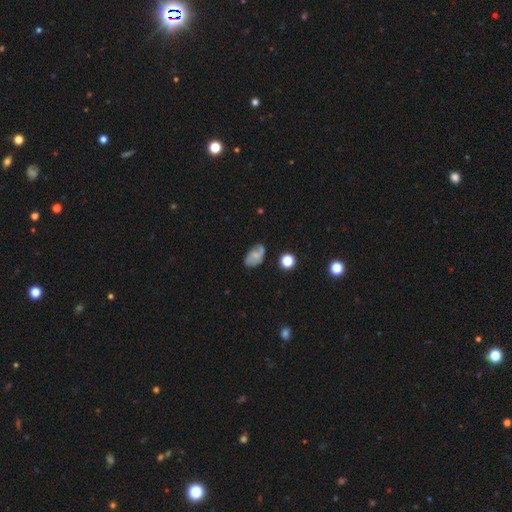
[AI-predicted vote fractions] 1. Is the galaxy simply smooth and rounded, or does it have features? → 45% smooth, 44% featured or disk, 11% star or artifact.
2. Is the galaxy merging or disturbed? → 59% none, 27% minor disturbance, 10% major disturbance, 4% merger.